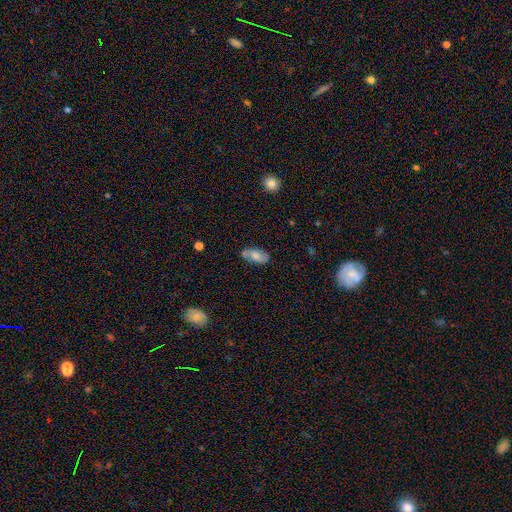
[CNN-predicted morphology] This appears to be a smooth galaxy with no disk features (63%) that is in between round and cigar-shaped (90%). Merging: none (66%).